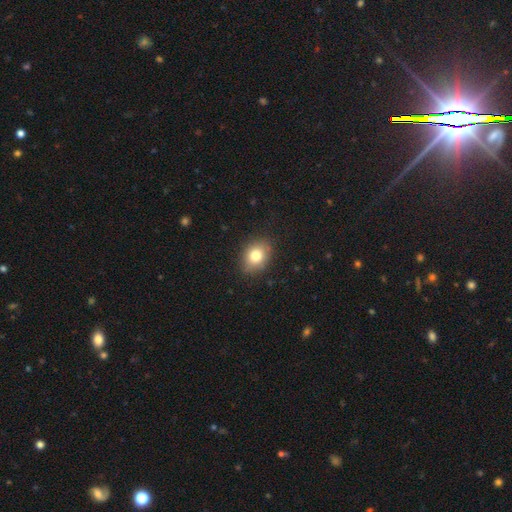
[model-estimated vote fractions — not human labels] This appears to be a smooth galaxy with no disk features (80%) that is in between round and cigar-shaped (66%). Merging: none (83%).